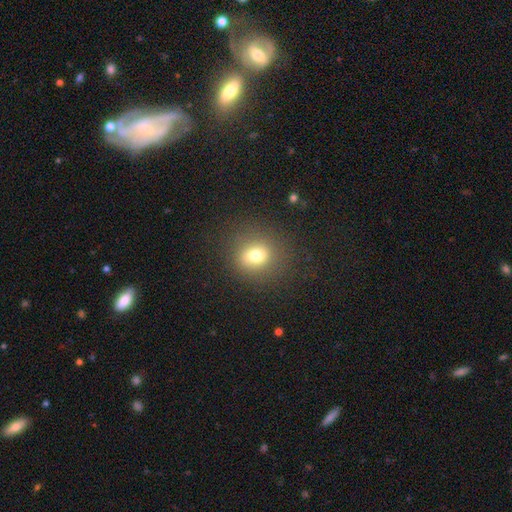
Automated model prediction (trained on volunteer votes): Smooth or featured? Predicted: smooth (p=0.73). How rounded? Predicted: round (p=0.77). Merging? Predicted: none (p=0.84).